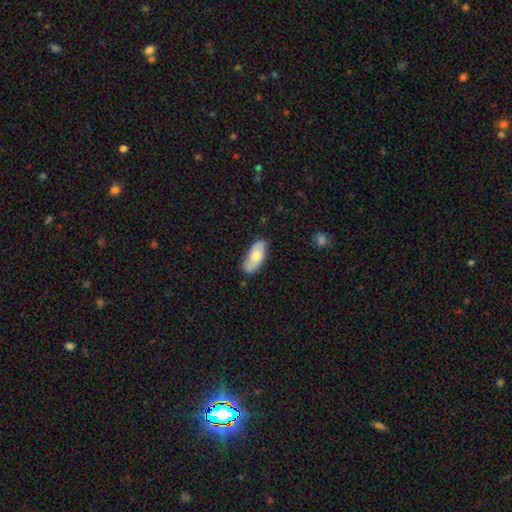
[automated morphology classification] This appears to be a smooth galaxy with no disk features (59%) that is in between round and cigar-shaped (87%). Merging: none (77%).